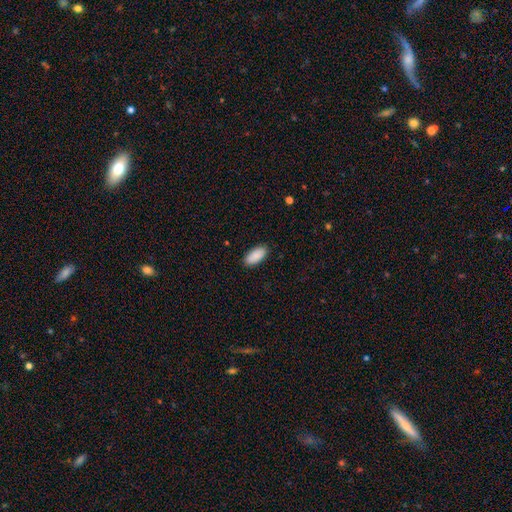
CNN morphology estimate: Smooth or featured? Predicted: smooth (p=0.91). How rounded? Predicted: in between (p=0.91). Merging? Predicted: none (p=0.89).